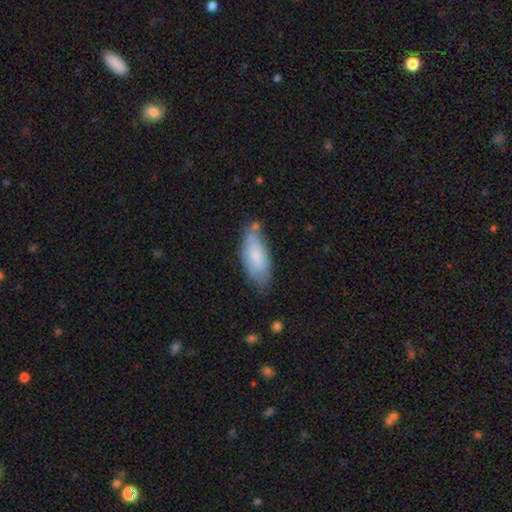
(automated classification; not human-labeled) Morphology: type=smooth (76%); roundness=in between (79%); merging=none (63%).